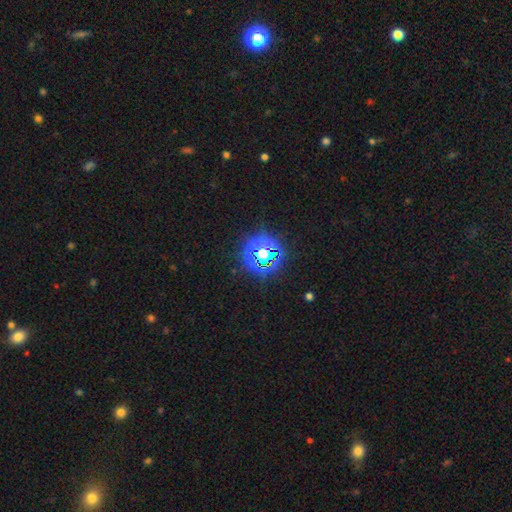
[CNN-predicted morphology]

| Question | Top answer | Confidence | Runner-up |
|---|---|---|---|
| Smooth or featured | star or artifact | 78% | smooth (15%) |